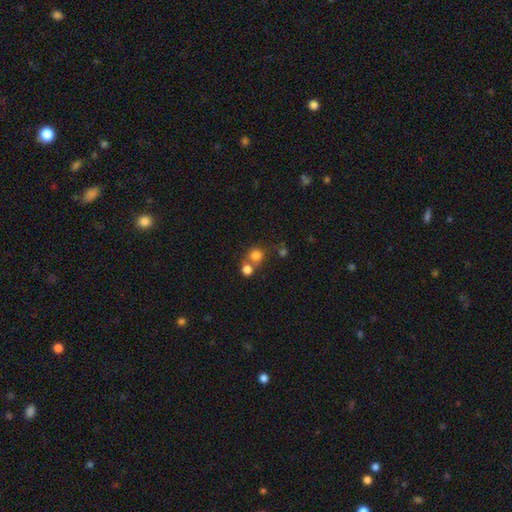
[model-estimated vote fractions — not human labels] Q: Smooth or featured?
A: smooth (77%); runner-up: star or artifact (13%)
Q: How rounded?
A: round (85%); runner-up: in between (14%)
Q: Merging?
A: none (47%); runner-up: merger (42%)